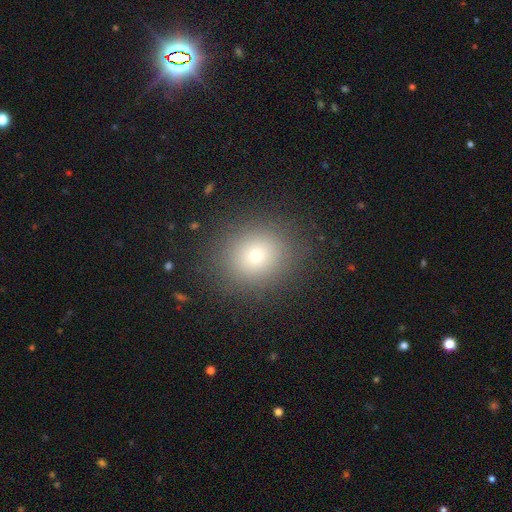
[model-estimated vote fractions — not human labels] A smooth galaxy with no disk features (72%) that is round (77%).

Vote fractions:
- Smooth or featured? smooth: 72% / star or artifact: 17% / featured or disk: 11%
- How rounded? round: 77% / in between: 22% / cigar-shaped: 1%
- Merging? none: 87% / minor disturbance: 8% / major disturbance: 4% / merger: 1%